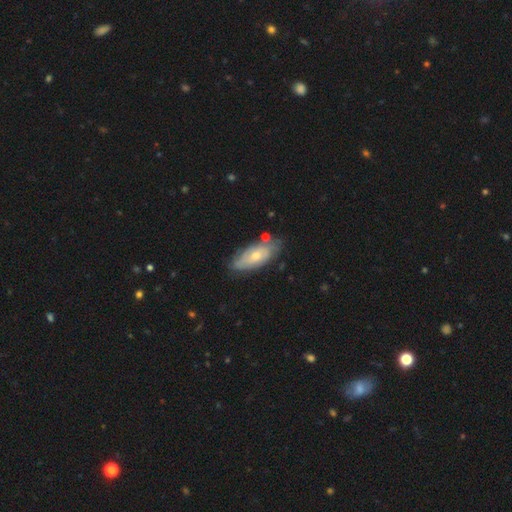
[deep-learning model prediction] A featured or disk galaxy (54%). Merging: none (69%).